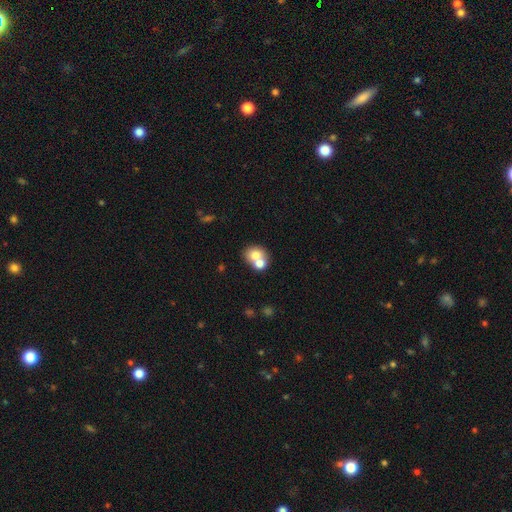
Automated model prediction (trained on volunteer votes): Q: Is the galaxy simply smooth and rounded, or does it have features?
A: smooth — 70%.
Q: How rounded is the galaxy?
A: round — 66%.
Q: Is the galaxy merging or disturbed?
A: merger — 54%.